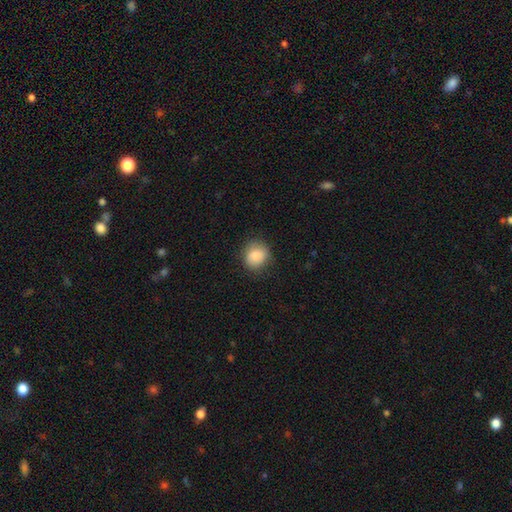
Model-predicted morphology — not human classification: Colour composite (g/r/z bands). It shows a smooth galaxy with no disk features (86%) that is round (76%). Merging: none (83%).